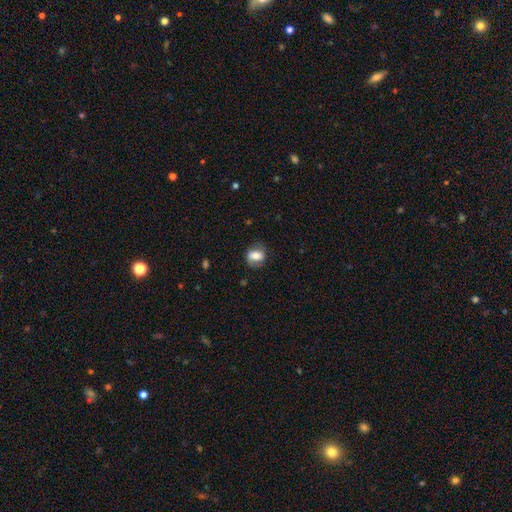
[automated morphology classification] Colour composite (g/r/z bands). It shows a smooth galaxy with no disk features (61%) that is in between round and cigar-shaped (51%). Merging: none (74%).